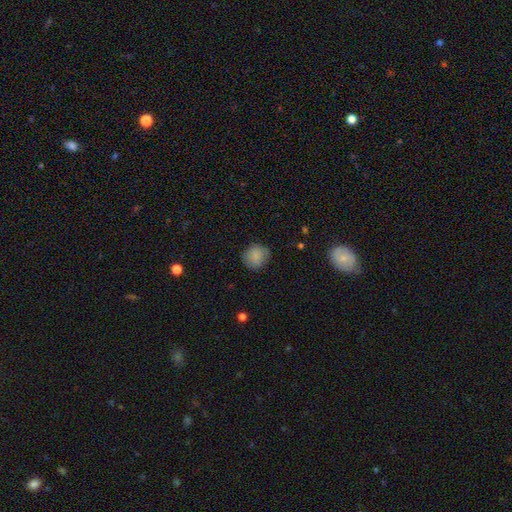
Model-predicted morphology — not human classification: This is clearly a smooth galaxy (86%). How rounded: clearly round (86%). Merging: clearly none (82%).